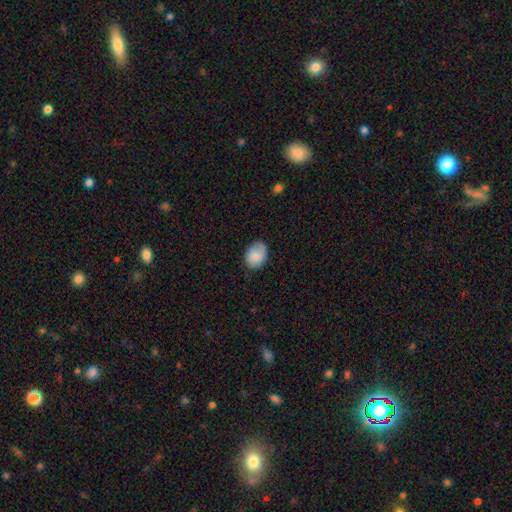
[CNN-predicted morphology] type=smooth (79%); roundness=in between (64%); merging=none (72%).